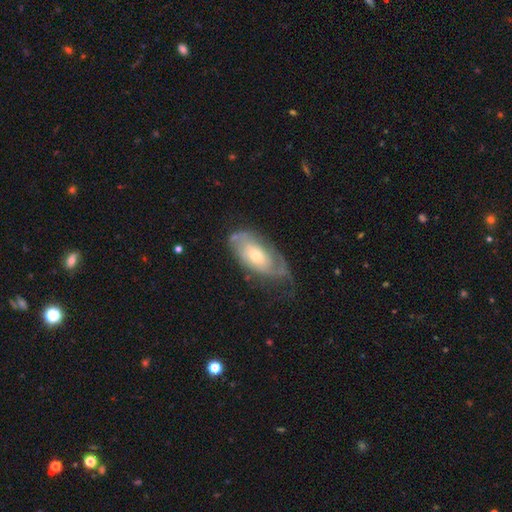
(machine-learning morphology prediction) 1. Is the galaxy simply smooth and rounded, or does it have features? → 72% featured or disk, 22% smooth, 6% star or artifact.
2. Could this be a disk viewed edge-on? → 92% no, 8% yes.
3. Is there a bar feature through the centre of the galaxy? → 71% no, 24% weak, 5% strong.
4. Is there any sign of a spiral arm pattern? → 83% yes, 17% no.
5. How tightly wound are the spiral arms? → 52% tight, 33% medium, 15% loose.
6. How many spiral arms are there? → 43% 2, 34% can't tell, 15% 1, 5% 3, 2% 4, 2% more than 4.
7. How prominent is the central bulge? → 51% moderate, 44% small, 3% large, 1% none, 1% dominant.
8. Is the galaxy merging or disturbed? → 54% none, 27% minor disturbance, 17% major disturbance, 2% merger.